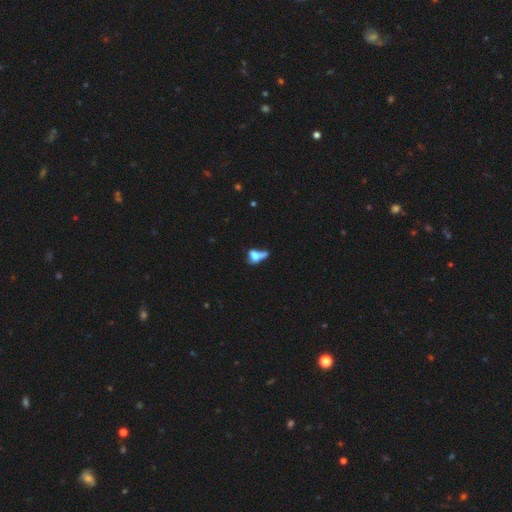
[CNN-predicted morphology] This appears to be a smooth galaxy with no disk features (54%) that is in between round and cigar-shaped (65%). Merging: merger (36%).